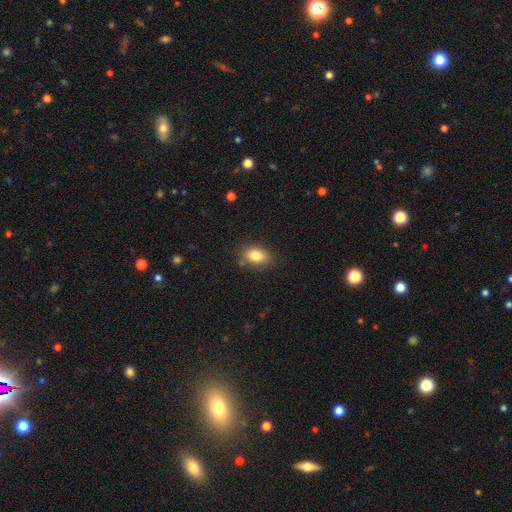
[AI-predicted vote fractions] The model was most divided on "how rounded": in between: 79%, round: 20%, cigar-shaped: 1%. More confident: smooth or featured — smooth (82%); merging — none (82%).